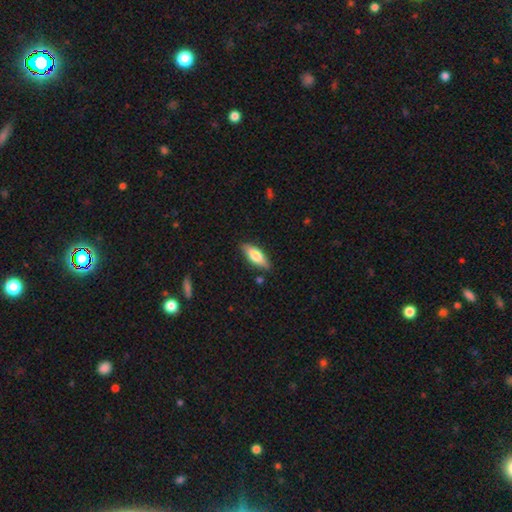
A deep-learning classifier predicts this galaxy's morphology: Overall: smooth (69%). How rounded: in between (66%; cigar-shaped 32%). Merging: none (84%).